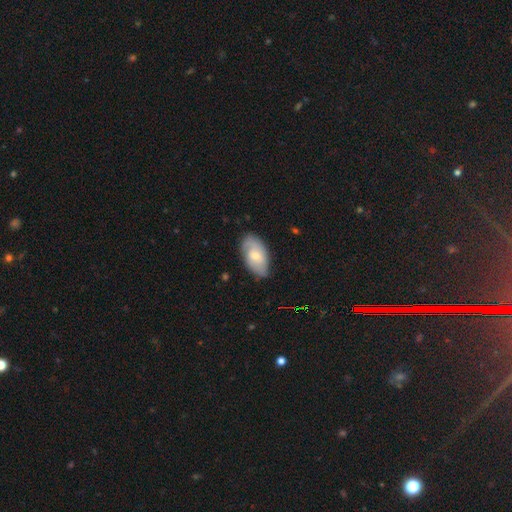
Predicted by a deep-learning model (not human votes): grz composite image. It shows a smooth galaxy with no disk features (51%) that is in between round and cigar-shaped (93%). Merging: none (72%).